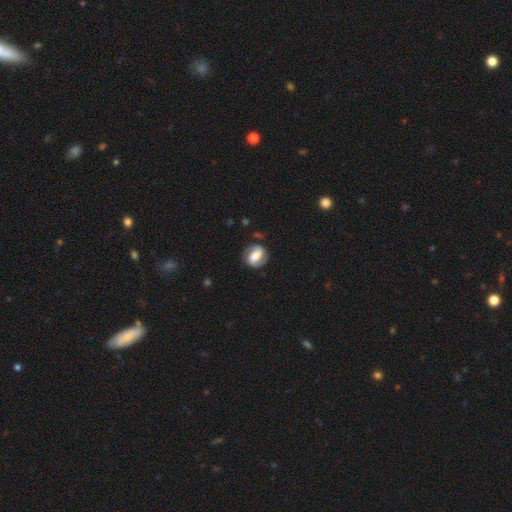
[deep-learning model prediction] A featured or disk galaxy (67%) with a strong bar (43%), 2 (88%) medium (44%) spiral arms (88%) and a moderate central bulge (39%). Merging: none (77%).